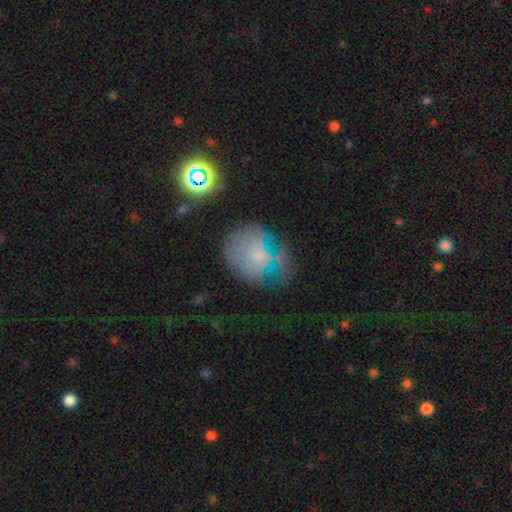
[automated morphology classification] Overall: smooth (47%; featured or disk 34%). Merging: none (40%; minor disturbance 28%).